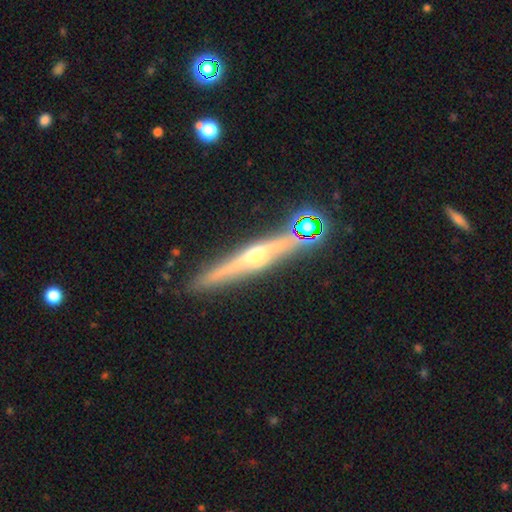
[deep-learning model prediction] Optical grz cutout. It shows a featured or disk galaxy (77%) viewed edge-on (97%) with a rounded central bulge (86%). Merging: none (84%).